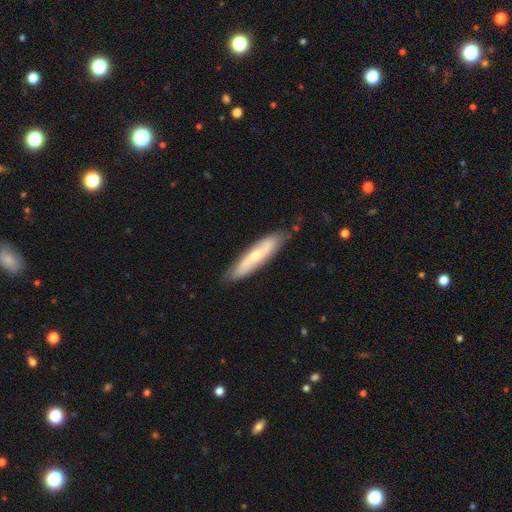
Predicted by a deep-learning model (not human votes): Q: Smooth or featured?
A: featured or disk (53%); runner-up: smooth (41%)
Q: Edge-on disk?
A: no (60%); runner-up: yes (40%)
Q: Merging?
A: none (80%); runner-up: minor disturbance (15%)